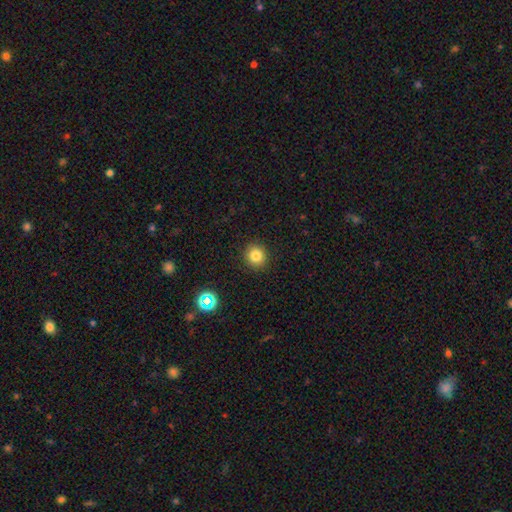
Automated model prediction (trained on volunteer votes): Morphology: type=smooth (81%); roundness=round (89%); merging=none (91%).